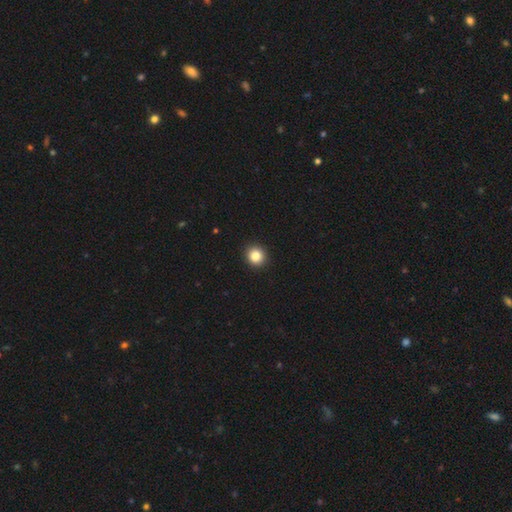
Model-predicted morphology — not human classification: smooth 84%, star or artifact 11%, featured or disk 5%. Down the decision tree: how rounded — round (89%); merging — none (93%).